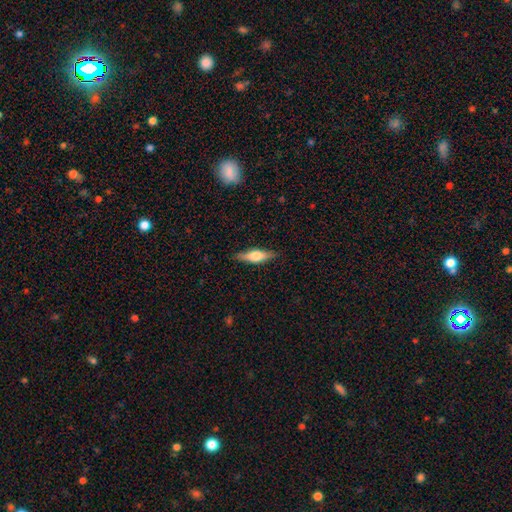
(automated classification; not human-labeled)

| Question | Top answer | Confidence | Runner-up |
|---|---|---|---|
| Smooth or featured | smooth | 47% | tied: featured or disk (47%) |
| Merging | none | 87% | minor disturbance (9%) |